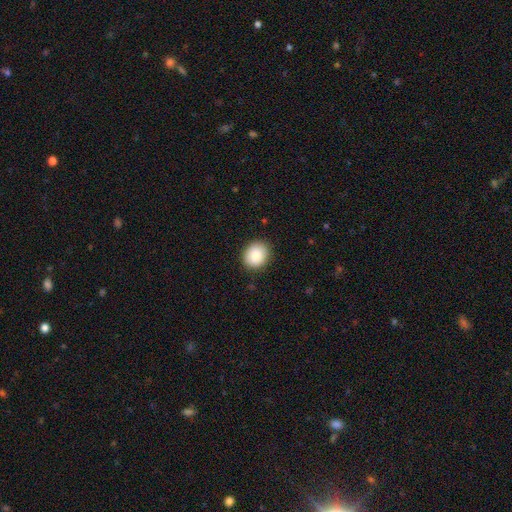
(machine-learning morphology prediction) A smooth galaxy with no disk features (83%) that is round (66%). Merging: none (88%).